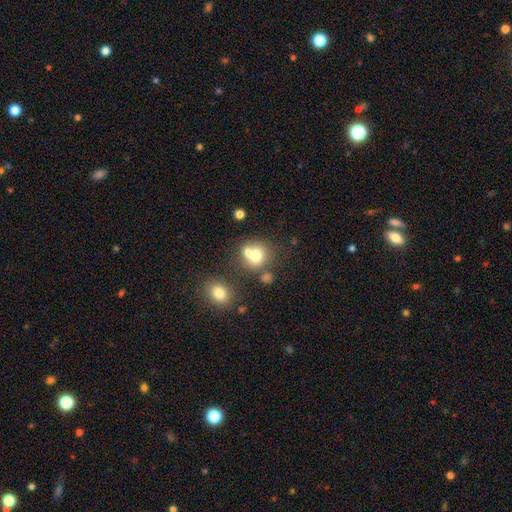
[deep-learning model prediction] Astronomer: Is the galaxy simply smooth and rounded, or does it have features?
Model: smooth — 69%.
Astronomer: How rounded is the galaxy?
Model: round — 75%.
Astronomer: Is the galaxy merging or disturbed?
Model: merger — 48% (runner-up: none, 39%).